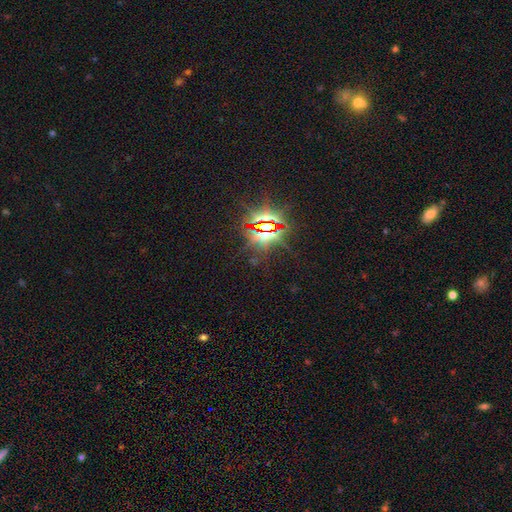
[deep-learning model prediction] Q: Smooth or featured?
A: star or artifact (82%); runner-up: smooth (11%)